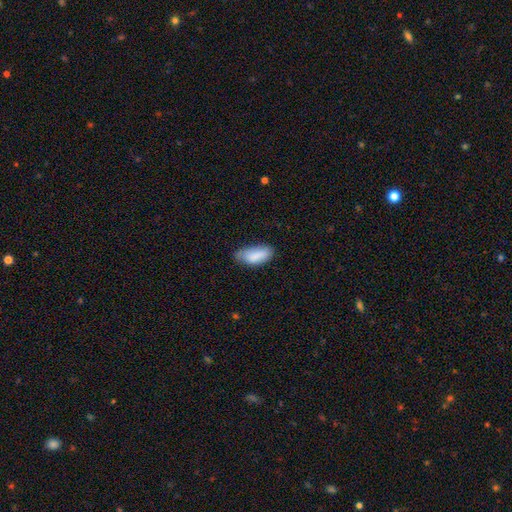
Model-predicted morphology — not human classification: This is clearly a smooth galaxy (84%). How rounded: clearly in between (87%). Merging: possibly none (56%).